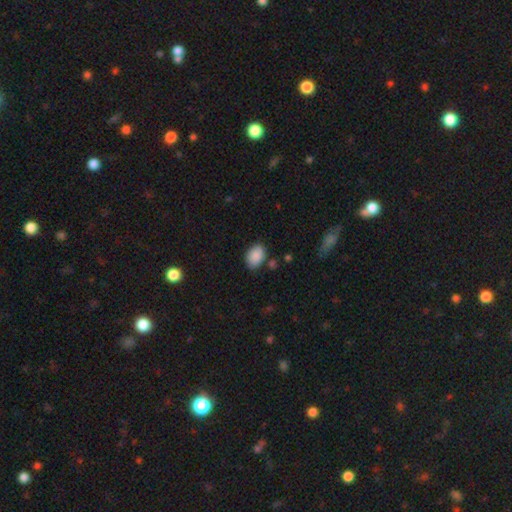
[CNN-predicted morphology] Smooth or featured?
  - smooth: 89% *
  - star or artifact: 7%
  - featured or disk: 4%
How rounded?
  - in between: 82% *
  - round: 17%
  - cigar-shaped: 1%
Merging?
  - none: 78% *
  - minor disturbance: 15%
  - major disturbance: 3%
  - merger: 3%